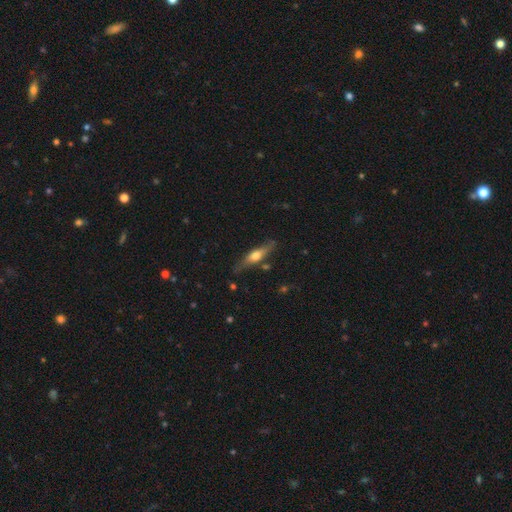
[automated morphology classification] A featured or disk galaxy (54%) viewed edge-on (88%). Merging: none (75%).